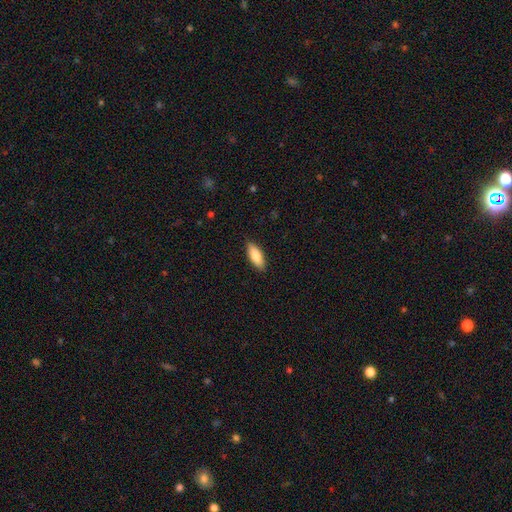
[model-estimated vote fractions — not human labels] Overall: smooth (84%). How rounded: in between (77%). Merging: none (86%).